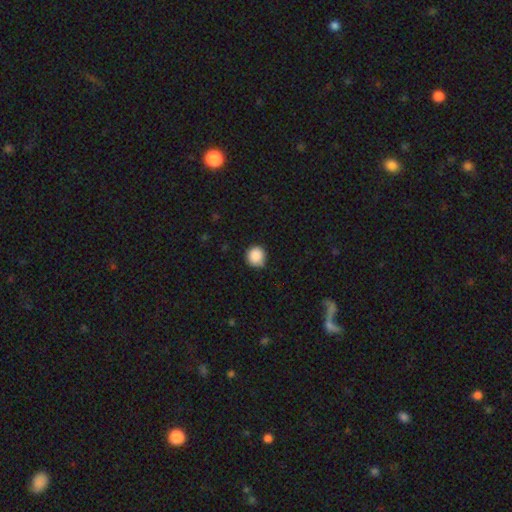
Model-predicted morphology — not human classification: This is clearly a smooth galaxy (88%). How rounded: clearly round (92%). Merging: likely none (79%).